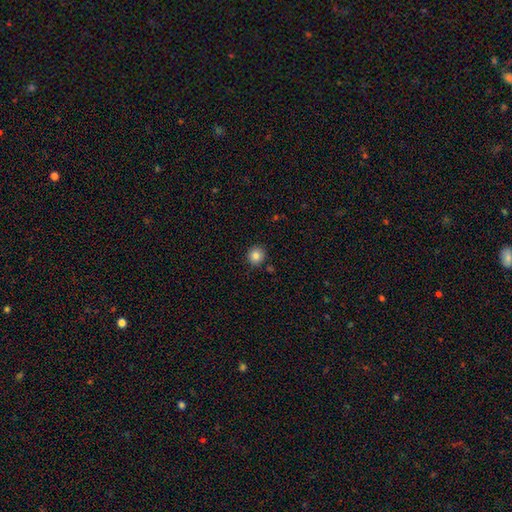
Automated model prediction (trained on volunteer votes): smooth 85%, star or artifact 10%, featured or disk 5%. Down the decision tree: how rounded — round (91%); merging — none (87%).